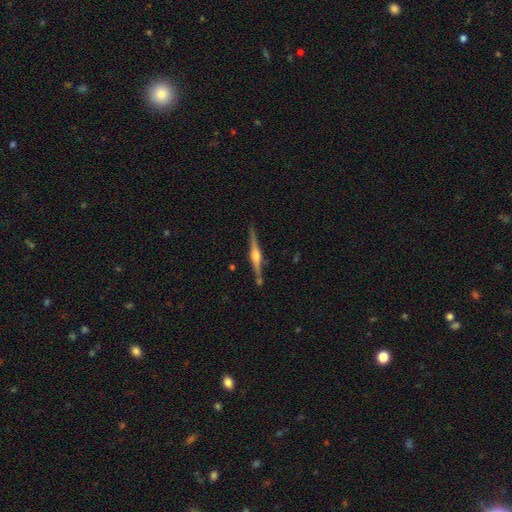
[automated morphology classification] Smooth or featured? Predicted: featured or disk (p=0.83). Edge-on disk? Predicted: yes (p=0.98). Edge-on bulge? Predicted: rounded (p=0.89). Merging? Predicted: none (p=0.85).